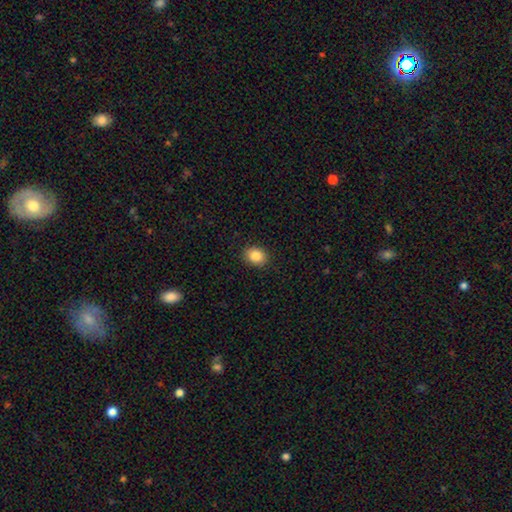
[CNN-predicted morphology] Smooth or featured: smooth — 86% (star or artifact — 9%)
How rounded: in between — 53% (round — 46%)
Merging: none — 90% (minor disturbance — 7%)